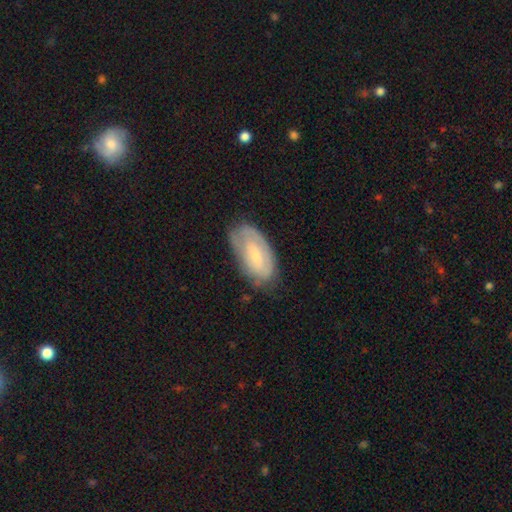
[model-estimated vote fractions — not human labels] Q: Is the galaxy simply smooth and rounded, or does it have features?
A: featured or disk — 54%.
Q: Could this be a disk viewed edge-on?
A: no — 92%.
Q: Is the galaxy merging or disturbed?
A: none — 67%.